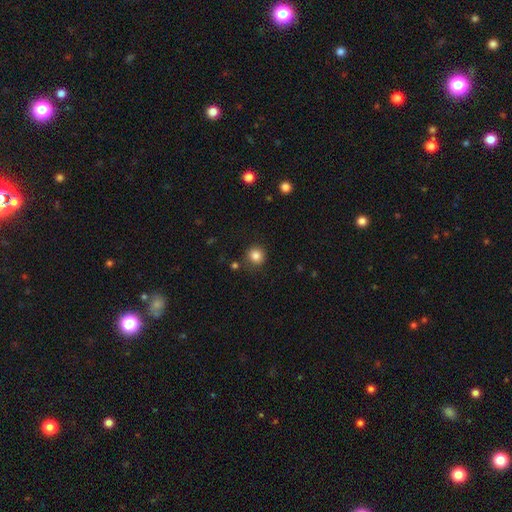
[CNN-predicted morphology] This appears to be a smooth galaxy with no disk features (84%) that is round (92%). Merging: none (86%).